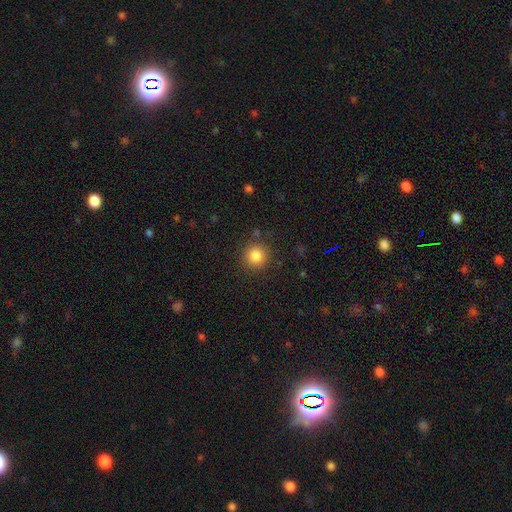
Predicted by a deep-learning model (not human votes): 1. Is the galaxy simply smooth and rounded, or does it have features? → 83% smooth, 12% star or artifact, 5% featured or disk.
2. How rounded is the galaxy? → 93% round, 6% in between, 1% cigar-shaped.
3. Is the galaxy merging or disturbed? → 88% none, 7% minor disturbance, 3% major disturbance, 2% merger.